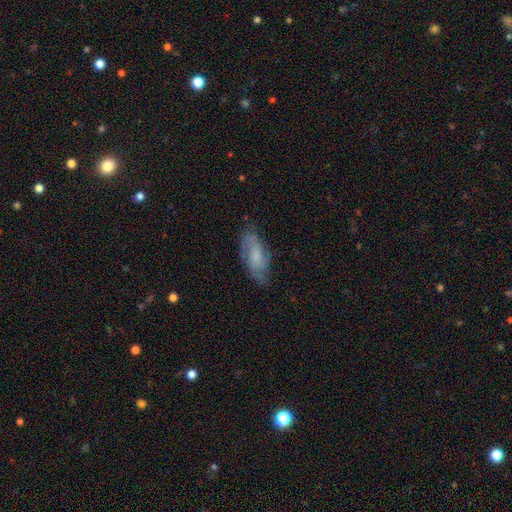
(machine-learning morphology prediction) featured or disk 54%, smooth 38%, star or artifact 8%. Down the decision tree: edge-on disk — no (90%); merging — none (70%).